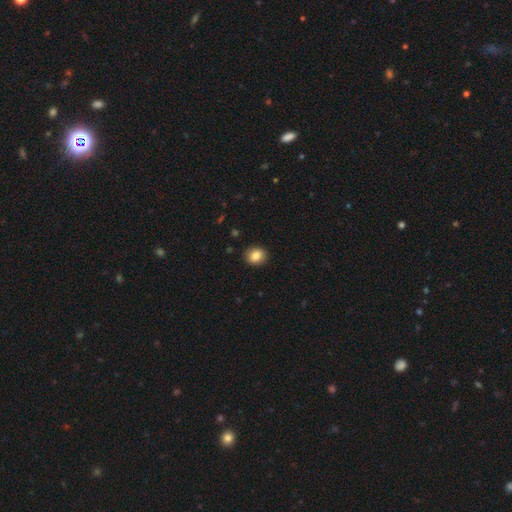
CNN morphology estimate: smooth-or-featured: smooth: 85% | star or artifact: 9% | featured or disk: 6%
  how-rounded: round: 66% | in between: 34% | cigar-shaped: 1%
  merging: none: 91% | minor disturbance: 6% | major disturbance: 2% | merger: 1%